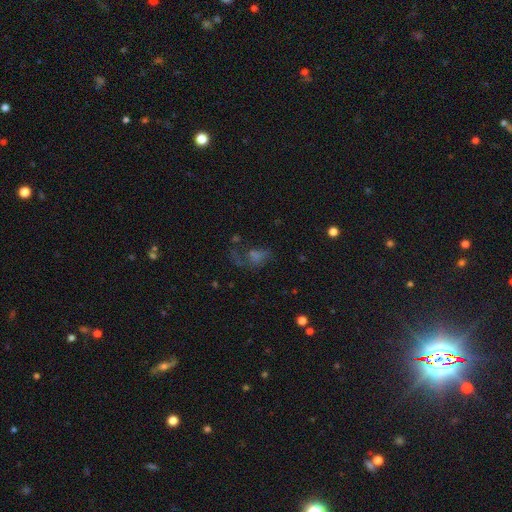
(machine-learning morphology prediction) Overall: featured or disk (35%; smooth 33%). Merging: major disturbance (40%; none 36%).